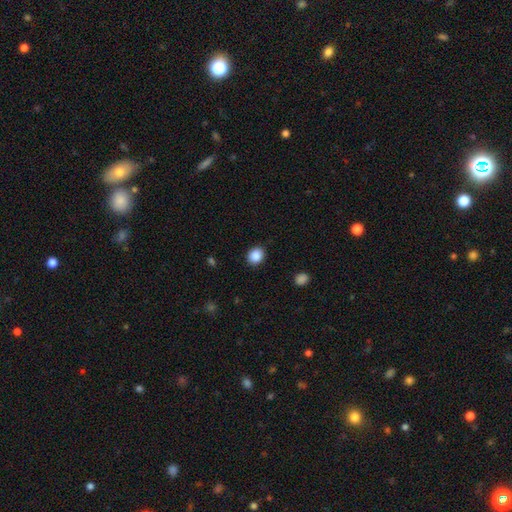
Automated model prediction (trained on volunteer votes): Smooth or featured? Predicted: smooth (p=0.88). How rounded? Predicted: round (p=0.64). Merging? Predicted: none (p=0.88).